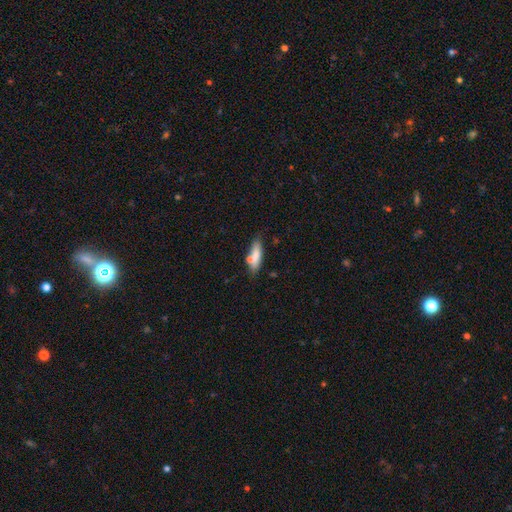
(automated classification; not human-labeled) Morphology: type=smooth (75%); roundness=cigar-shaped (52%); merging=none (62%).